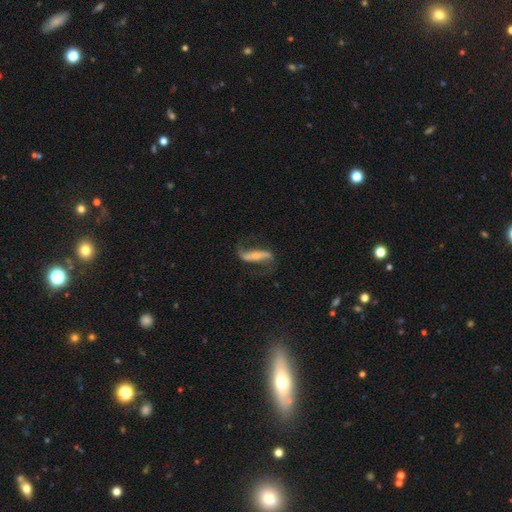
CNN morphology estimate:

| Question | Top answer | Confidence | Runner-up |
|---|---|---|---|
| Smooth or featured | featured or disk | 81% | smooth (13%) |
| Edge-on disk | no | 79% | yes (21%) |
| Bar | strong | 61% | no (20%) |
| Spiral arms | yes | 92% | no (8%) |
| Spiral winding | loose | 79% | medium (16%) |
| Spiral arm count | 2 | 91% | 1 (4%) |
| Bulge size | small | 57% | moderate (31%) |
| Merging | none | 71% | minor disturbance (16%) |